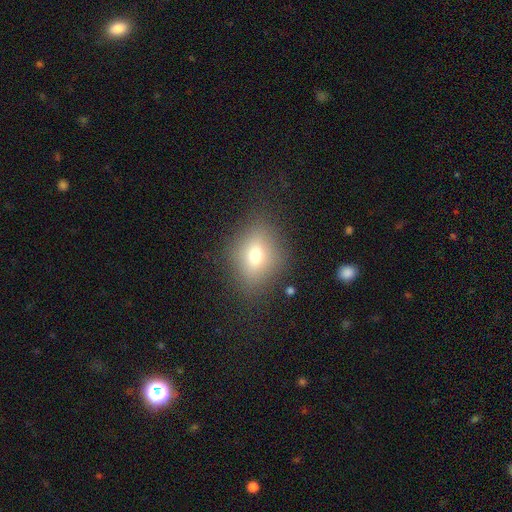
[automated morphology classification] Smooth or featured? Predicted: smooth (p=0.67). How rounded? Predicted: in between (p=0.52). Merging? Predicted: none (p=0.79).